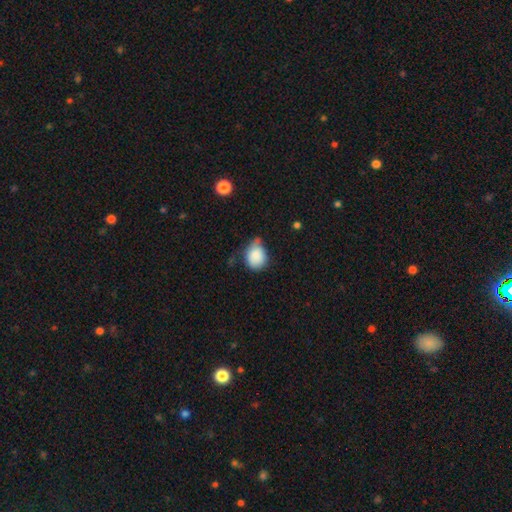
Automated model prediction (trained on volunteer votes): Smooth or featured: smooth — 84% (featured or disk — 8%)
How rounded: round — 55% (in between — 44%)
Merging: minor disturbance — 46% (none — 36%)